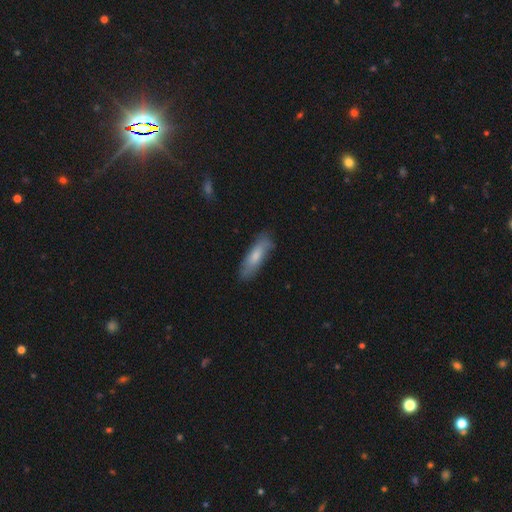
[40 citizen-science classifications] Volunteers were most divided on "how rounded": cigar-shaped: 60%, in between: 37%, round: 3%. More confident: smooth or featured — smooth (75%); merging — none (71%).